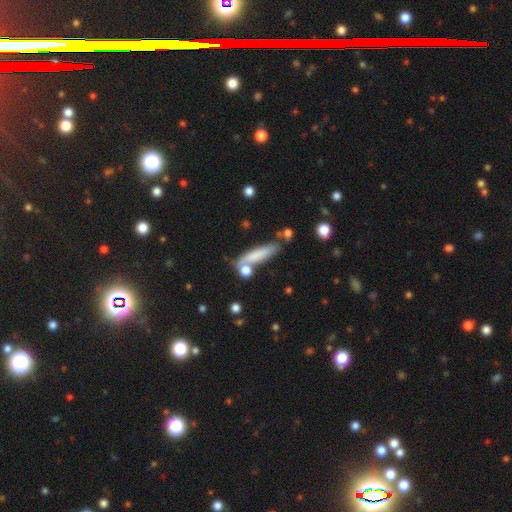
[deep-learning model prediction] Smooth or featured? smooth (74%)
How rounded? cigar-shaped (78%)
Merging? none (66%)